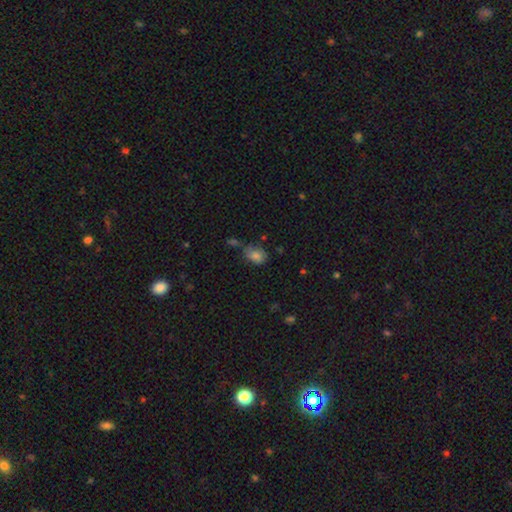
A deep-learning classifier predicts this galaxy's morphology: Overall: smooth (79%). How rounded: in between (64%; round 34%). Merging: none (52%; minor disturbance 27%).